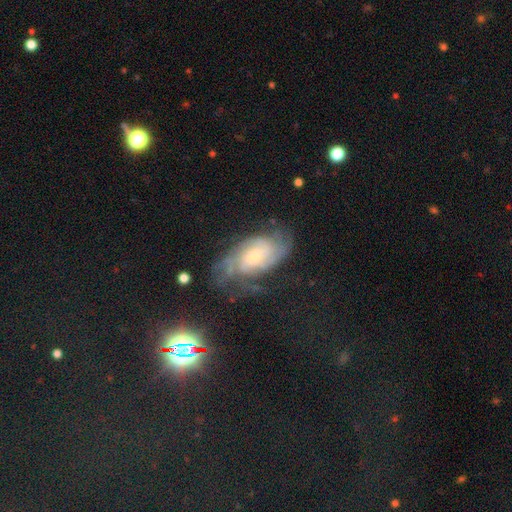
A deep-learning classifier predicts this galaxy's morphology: smooth-or-featured: featured or disk: 77% | smooth: 13% | star or artifact: 10%
  disk-edge-on: no: 95% | yes: 5%
    bar: no: 61% | weak: 33% | strong: 7%
    has-spiral-arms: yes: 94% | no: 6%
      spiral-winding: tight: 56% | medium: 34% | loose: 10%
      spiral-arm-count: can't tell: 42% | 2: 21% | 3: 17% | 4: 10% | more than 4: 5% | 1: 5%
    bulge-size: small: 57% | moderate: 36% | large: 3% | none: 3% | dominant: 1%
  merging: none: 62% | minor disturbance: 23% | major disturbance: 14% | merger: 2%